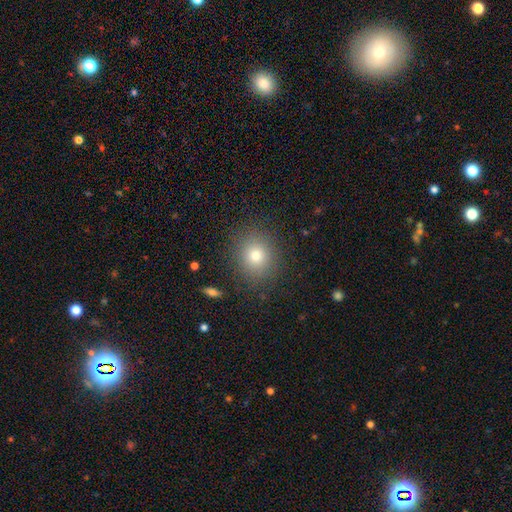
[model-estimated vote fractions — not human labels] This is likely a smooth galaxy (76%). How rounded: likely round (78%). Merging: clearly none (88%).